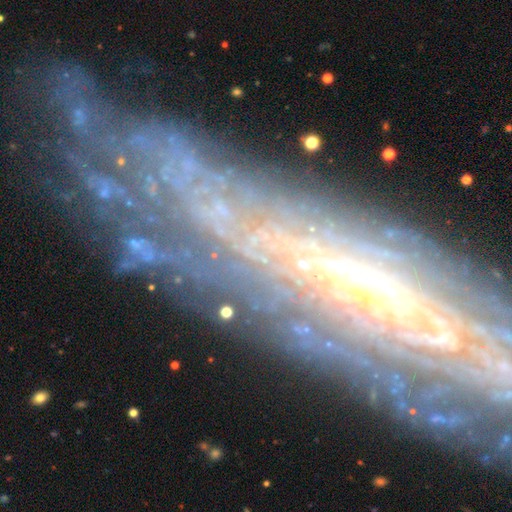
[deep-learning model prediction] Smooth or featured: featured or disk — 61% (star or artifact — 24%)
Edge-on disk: no — 78% (yes — 22%)
Merging: none — 64% (minor disturbance — 18%)